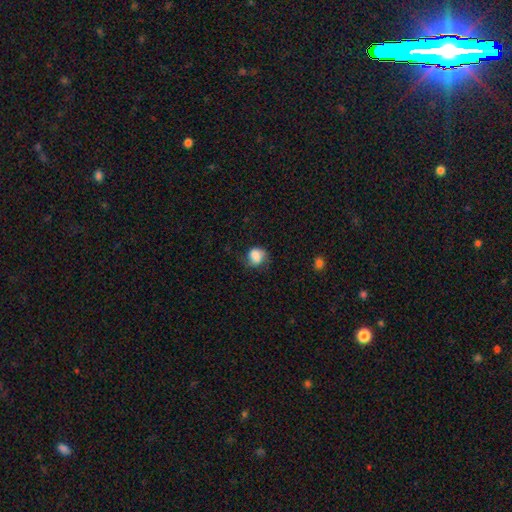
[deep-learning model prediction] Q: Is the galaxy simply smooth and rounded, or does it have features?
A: smooth — 76%.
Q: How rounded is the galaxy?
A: round — 60%.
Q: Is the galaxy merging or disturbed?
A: none — 48%.